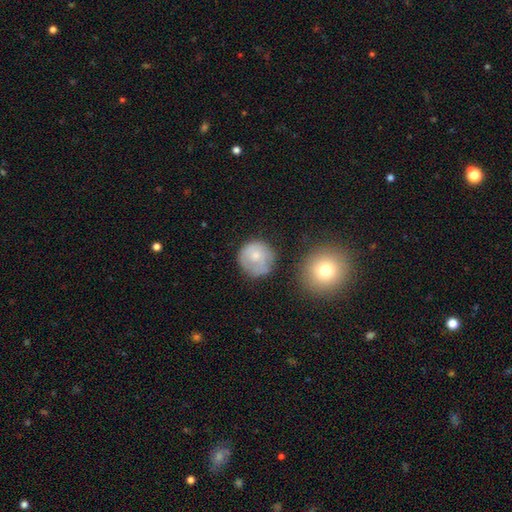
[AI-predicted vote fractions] This is likely a smooth galaxy (65%). How rounded: clearly round (91%). Merging: likely none (64%).